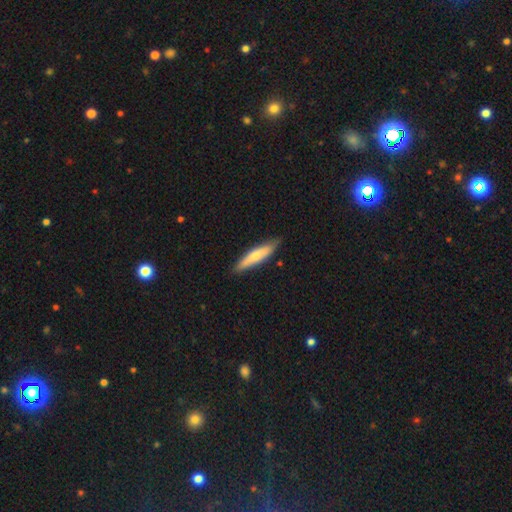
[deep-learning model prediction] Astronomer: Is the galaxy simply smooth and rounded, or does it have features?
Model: smooth — 64%.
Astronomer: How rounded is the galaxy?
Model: cigar-shaped — 80%.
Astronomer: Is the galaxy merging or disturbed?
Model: none — 84%.